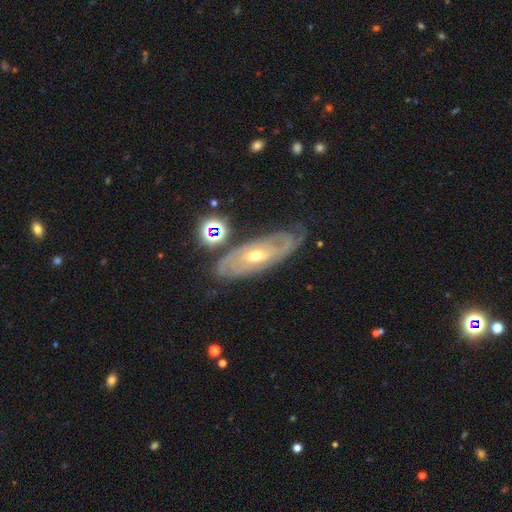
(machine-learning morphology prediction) A featured or disk galaxy (82%) with no bar (56%), tight (73%) spiral arms (89%) and a moderate central bulge (61%). Merging: none (72%).